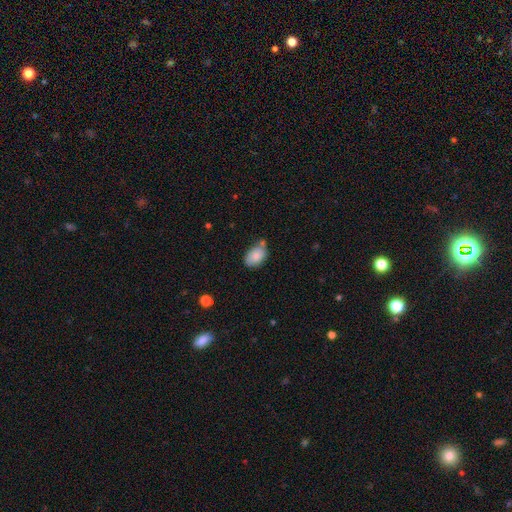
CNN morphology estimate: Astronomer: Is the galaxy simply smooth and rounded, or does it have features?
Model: smooth — 82%.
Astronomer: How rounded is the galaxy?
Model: in between — 87%.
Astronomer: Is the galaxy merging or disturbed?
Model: none — 53%.